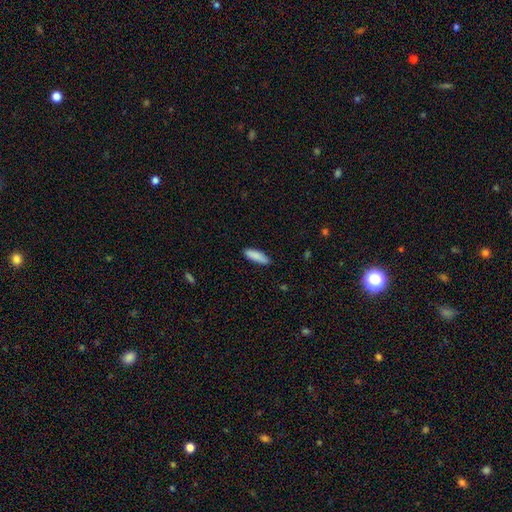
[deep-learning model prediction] A smooth galaxy with no disk features (88%) that is cigar-shaped (53%).

Vote fractions:
- Smooth or featured? smooth: 88% / featured or disk: 6% / star or artifact: 6%
- How rounded? cigar-shaped: 53% / in between: 45% / round: 1%
- Merging? none: 85% / minor disturbance: 12% / major disturbance: 2% / merger: 1%